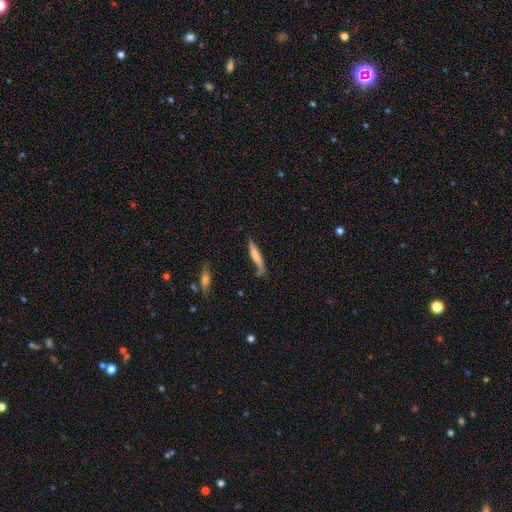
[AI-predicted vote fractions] smooth_or_featured: smooth (p=0.70) [alt: featured or disk p=0.24]
how_rounded: cigar-shaped (p=0.89) [alt: in between p=0.09]
merging: none (p=0.59) [alt: minor disturbance p=0.25]